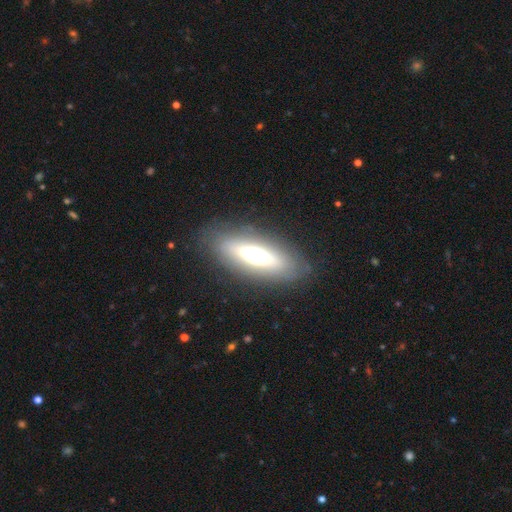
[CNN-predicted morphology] Q: Smooth or featured?
A: smooth (47%); runner-up: featured or disk (44%)
Q: Merging?
A: none (83%); runner-up: minor disturbance (10%)